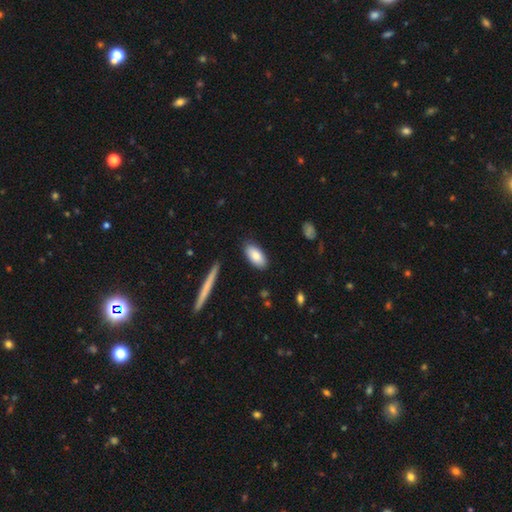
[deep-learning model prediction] Smooth or featured? Predicted: smooth (p=0.83). How rounded? Predicted: in between (p=0.89). Merging? Predicted: none (p=0.86).